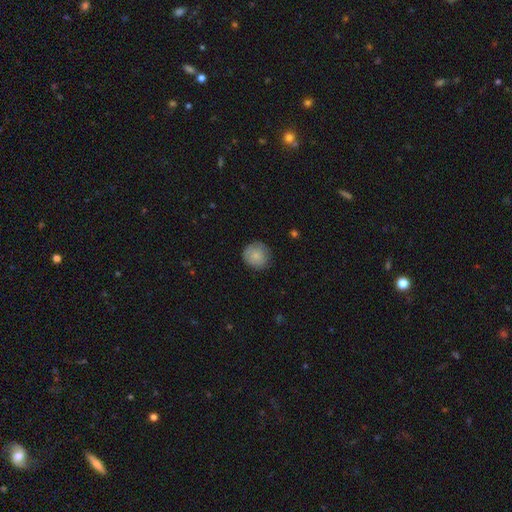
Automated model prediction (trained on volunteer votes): Overall: smooth (80%). How rounded: round (92%). Merging: none (81%).